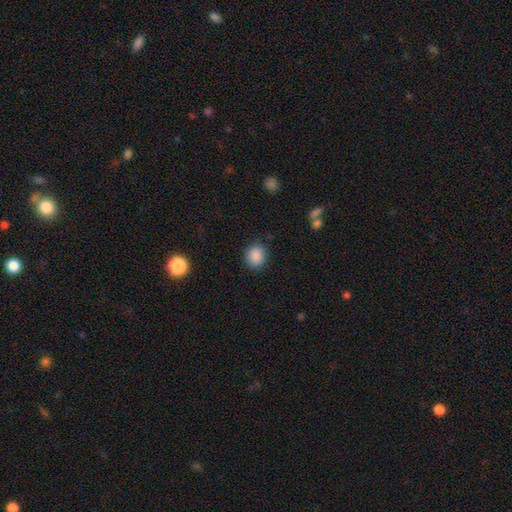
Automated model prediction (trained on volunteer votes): Smooth or featured?
  - smooth: 88% *
  - star or artifact: 9%
  - featured or disk: 3%
How rounded?
  - round: 78% *
  - in between: 21%
  - cigar-shaped: 1%
Merging?
  - none: 87% *
  - minor disturbance: 9%
  - major disturbance: 3%
  - merger: 1%